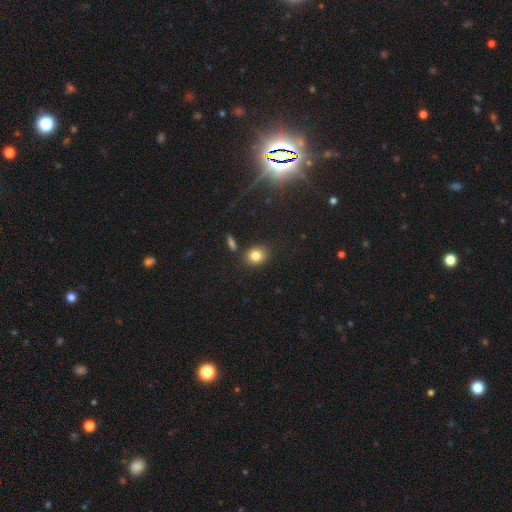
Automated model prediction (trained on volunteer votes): Overall: smooth (81%). How rounded: round (59%; in between 39%). Merging: none (81%).